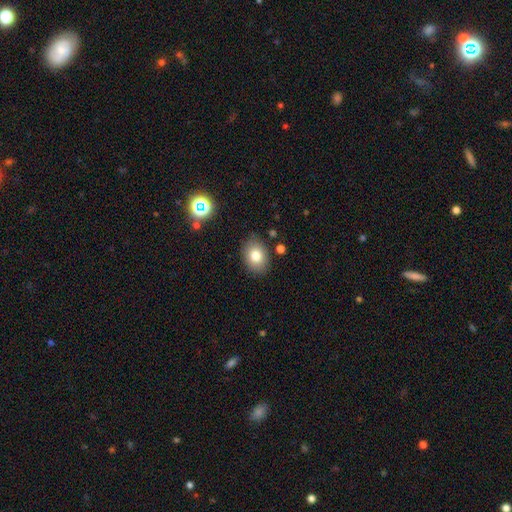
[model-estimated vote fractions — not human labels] A smooth galaxy with no disk features (80%) that is in between round and cigar-shaped (69%).

Vote fractions:
- Smooth or featured? smooth: 80% / featured or disk: 10% / star or artifact: 10%
- How rounded? in between: 69% / round: 30% / cigar-shaped: 1%
- Merging? none: 84% / minor disturbance: 11% / major disturbance: 3% / merger: 2%